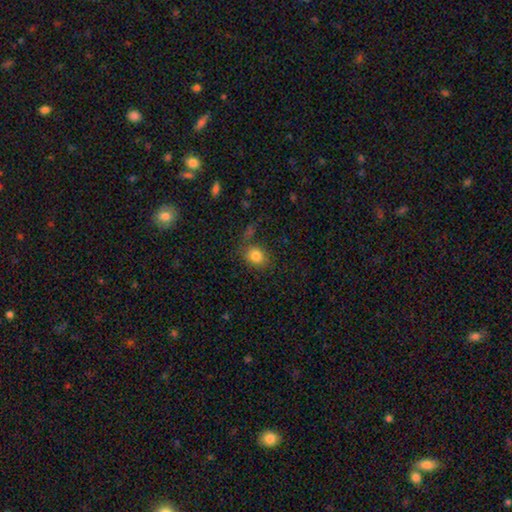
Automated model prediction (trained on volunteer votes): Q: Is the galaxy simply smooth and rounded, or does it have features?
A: smooth — 83%.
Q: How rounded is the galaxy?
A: round — 57%.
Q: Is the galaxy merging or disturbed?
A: none — 71%.